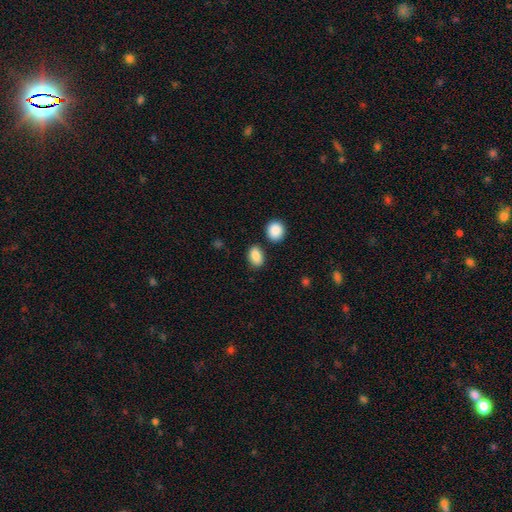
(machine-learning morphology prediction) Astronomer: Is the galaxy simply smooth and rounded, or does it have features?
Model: smooth — 87%.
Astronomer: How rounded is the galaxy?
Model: in between — 79%.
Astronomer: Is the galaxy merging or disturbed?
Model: none — 79%.